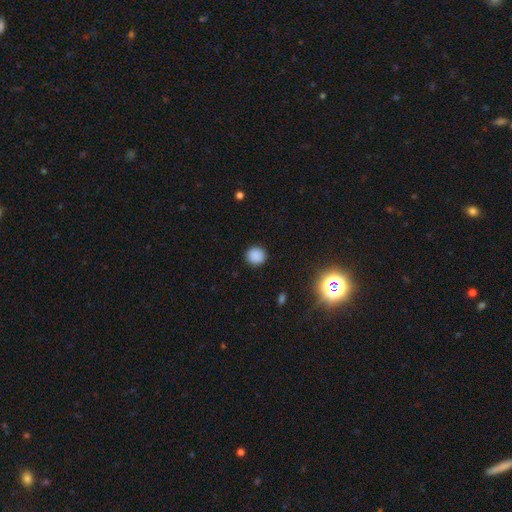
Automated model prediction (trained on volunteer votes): smooth 85%, star or artifact 12%, featured or disk 3%. Down the decision tree: how rounded — round (91%); merging — none (90%).